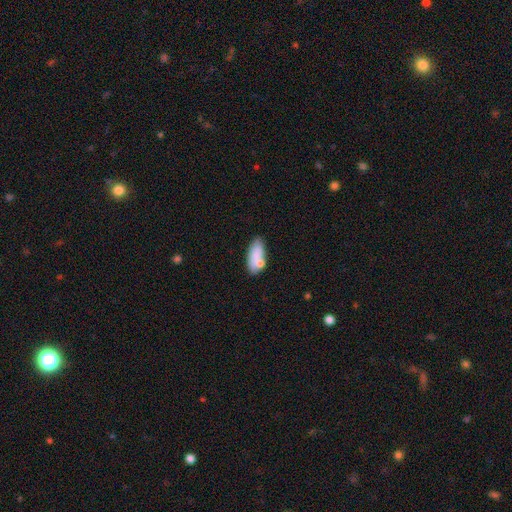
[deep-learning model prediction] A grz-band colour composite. It shows a smooth galaxy with no disk features (79%) that is in between round and cigar-shaped (86%). Merging: none (57%).